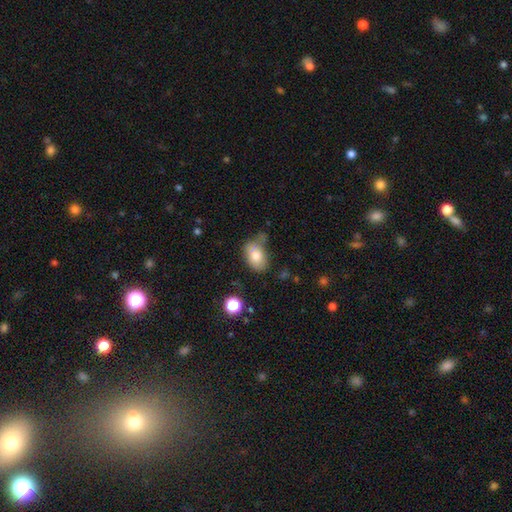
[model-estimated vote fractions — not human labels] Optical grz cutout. It shows a smooth galaxy with no disk features (77%) that is in between round and cigar-shaped (82%). Merging: none (47%).